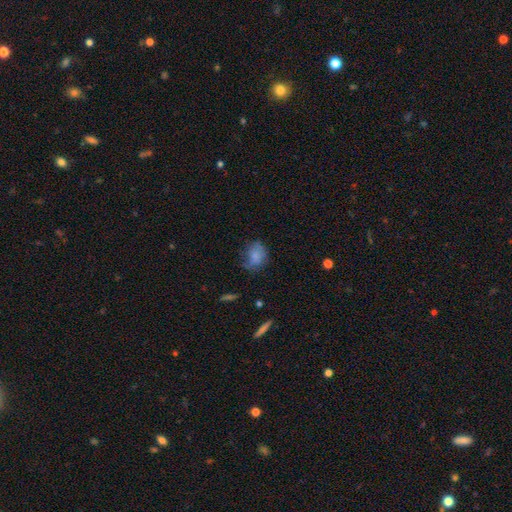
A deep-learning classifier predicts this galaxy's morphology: A smooth galaxy with no disk features (71%) that is in between round and cigar-shaped (52%).

Vote fractions:
- Smooth or featured? smooth: 71% / featured or disk: 20% / star or artifact: 10%
- How rounded? in between: 52% / round: 47% / cigar-shaped: 1%
- Merging? none: 51% / minor disturbance: 30% / major disturbance: 17% / merger: 2%